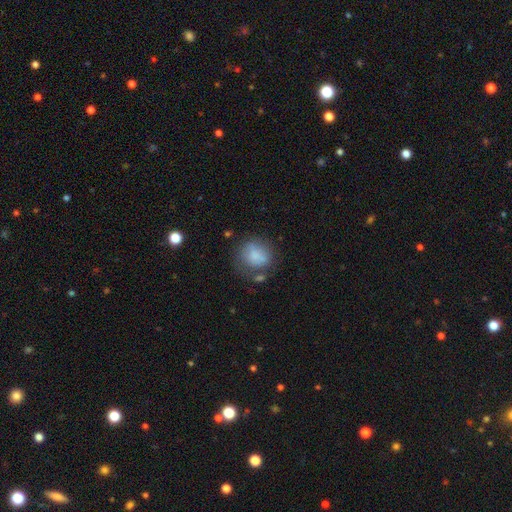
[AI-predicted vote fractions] Morphology: type=smooth (76%); roundness=round (72%); merging=none (53%).